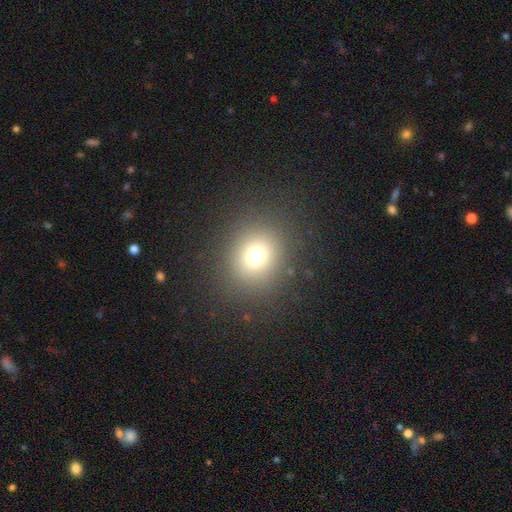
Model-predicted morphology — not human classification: smooth 70%, star or artifact 21%, featured or disk 9%. Down the decision tree: how rounded — round (85%); merging — none (86%).